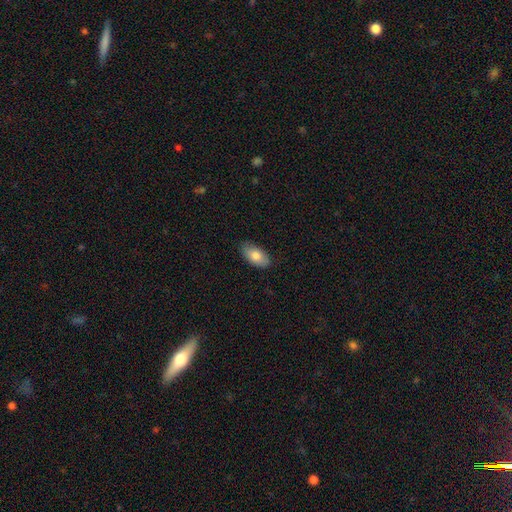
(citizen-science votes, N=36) smooth 75%, featured or disk 22%, star or artifact 3%. Down the decision tree: how rounded — in between (100%); merging — none (91%).